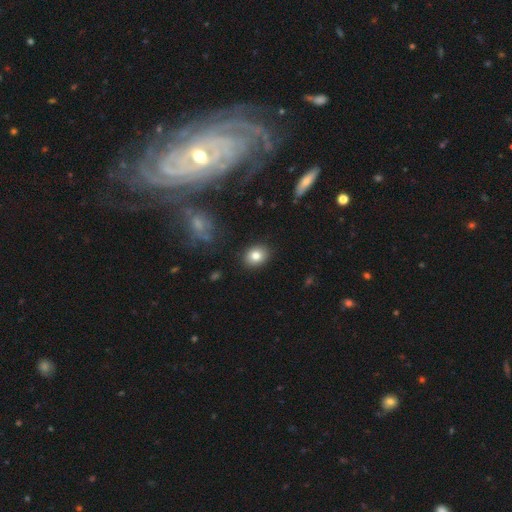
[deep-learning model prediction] Smooth or featured? Predicted: smooth (p=0.81). How rounded? Predicted: in between (p=0.50). Merging? Predicted: none (p=0.89).